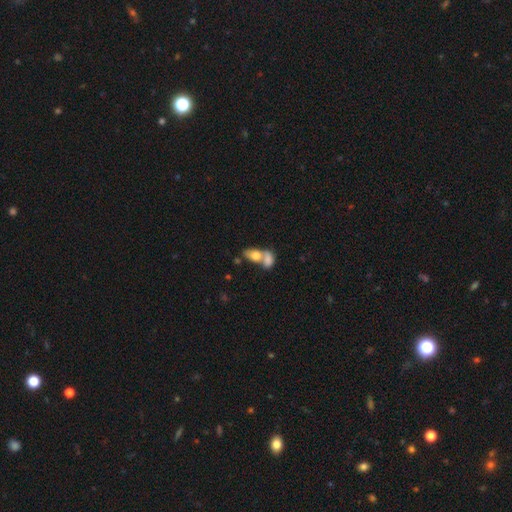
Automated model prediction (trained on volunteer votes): Morphology: type=smooth (74%); roundness=in between (85%); merging=merger (72%).